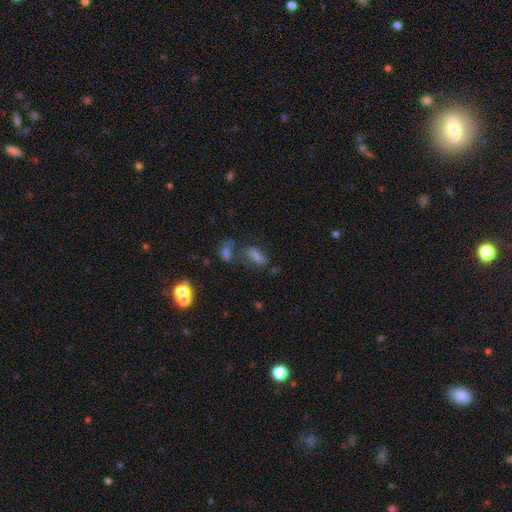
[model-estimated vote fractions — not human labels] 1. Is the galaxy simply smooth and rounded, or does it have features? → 39% smooth, 33% featured or disk, 28% star or artifact.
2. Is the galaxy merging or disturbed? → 47% none, 22% merger, 17% minor disturbance, 14% major disturbance.